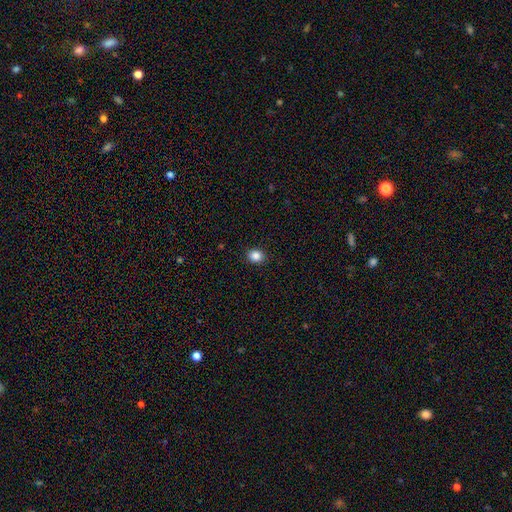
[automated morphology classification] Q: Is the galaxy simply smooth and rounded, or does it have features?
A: smooth — 86%.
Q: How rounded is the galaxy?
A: round — 63%.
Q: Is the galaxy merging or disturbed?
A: none — 91%.